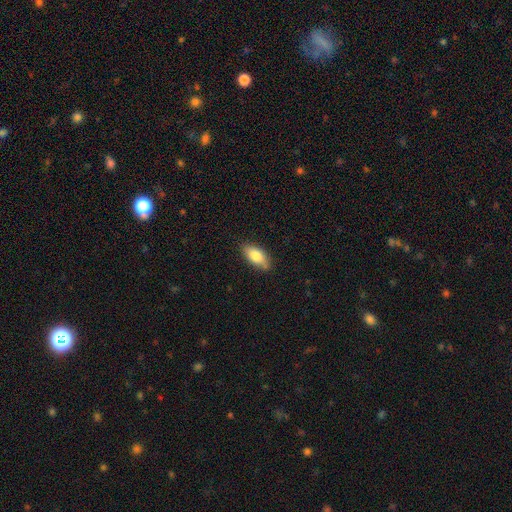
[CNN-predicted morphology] type=smooth (82%); roundness=in between (88%); merging=none (81%).